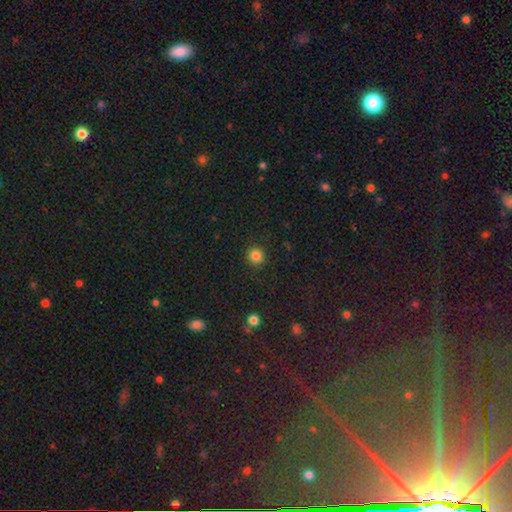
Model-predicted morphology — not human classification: type=smooth (84%); roundness=round (93%); merging=none (91%).